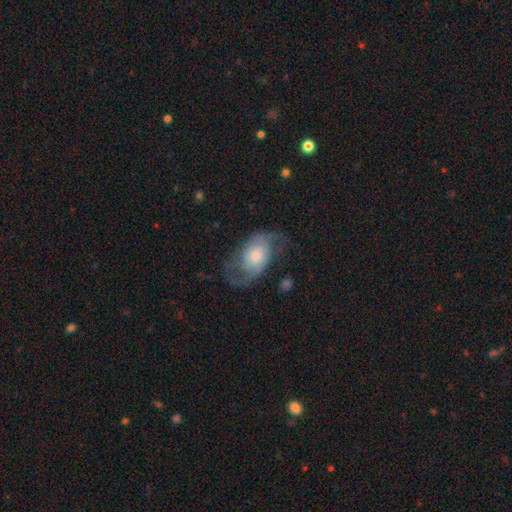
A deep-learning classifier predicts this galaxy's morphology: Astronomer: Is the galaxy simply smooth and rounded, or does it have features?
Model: featured or disk — 72%.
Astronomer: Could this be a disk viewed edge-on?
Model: no — 96%.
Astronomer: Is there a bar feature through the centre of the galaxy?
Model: no — 71%.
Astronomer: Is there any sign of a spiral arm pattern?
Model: yes — 89%.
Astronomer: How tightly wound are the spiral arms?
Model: medium — 42%, tied with loose at 42%.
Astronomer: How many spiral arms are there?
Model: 2 — 87%.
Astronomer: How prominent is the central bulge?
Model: moderate — 43% (runner-up: small, 36%).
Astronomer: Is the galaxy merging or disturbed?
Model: none — 60%.